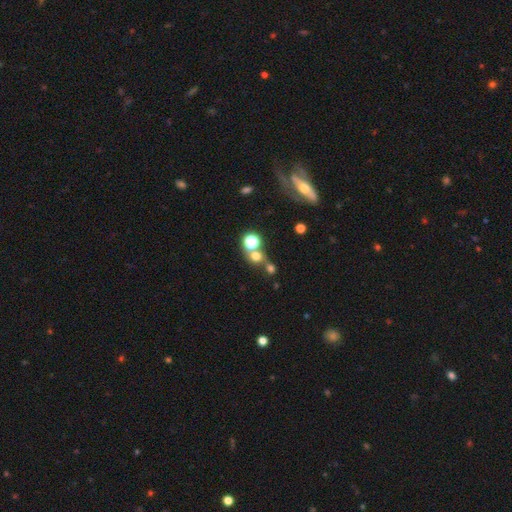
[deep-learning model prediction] smooth_or_featured: smooth (p=0.62) [alt: star or artifact p=0.26]
how_rounded: round (p=0.84) [alt: in between p=0.15]
merging: none (p=0.55) [alt: merger p=0.31]